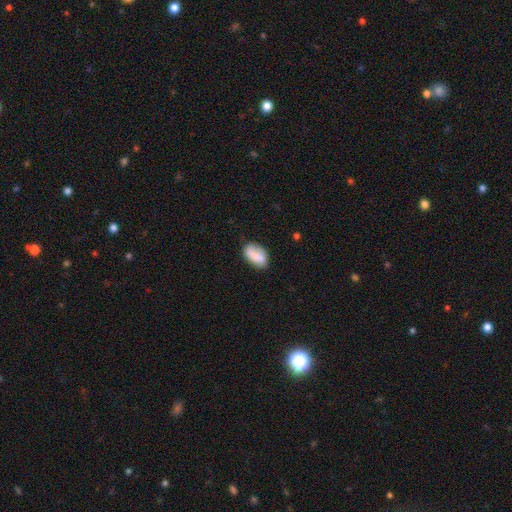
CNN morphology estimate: A smooth galaxy with no disk features (77%) that is in between round and cigar-shaped (91%).

Vote fractions:
- Smooth or featured? smooth: 77% / featured or disk: 16% / star or artifact: 7%
- How rounded? in between: 91% / round: 6% / cigar-shaped: 2%
- Merging? none: 65% / minor disturbance: 24% / major disturbance: 6% / merger: 5%